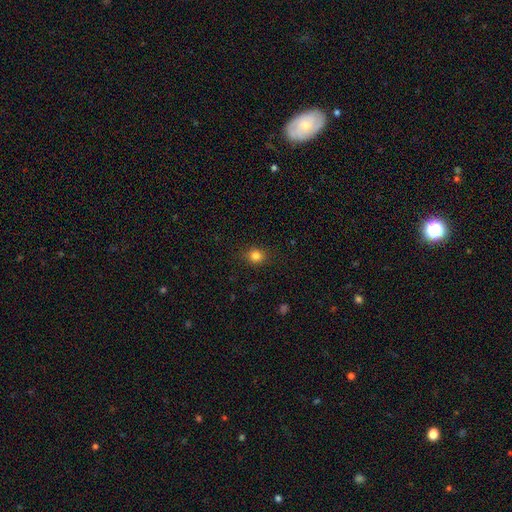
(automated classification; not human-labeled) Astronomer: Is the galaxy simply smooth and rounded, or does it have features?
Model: smooth — 82%.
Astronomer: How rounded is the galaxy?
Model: round — 77%.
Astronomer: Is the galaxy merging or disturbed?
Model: none — 88%.